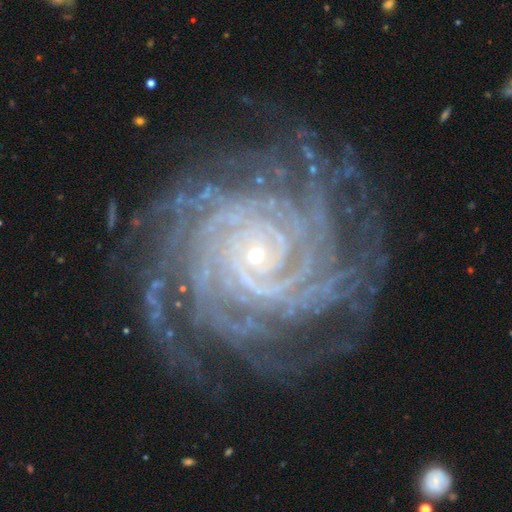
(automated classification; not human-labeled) This appears to be a featured or disk galaxy (92%) with no bar (67%), more than 4 (39%) tight (87%) spiral arms (99%) and a small central bulge (83%). Merging: none (80%).